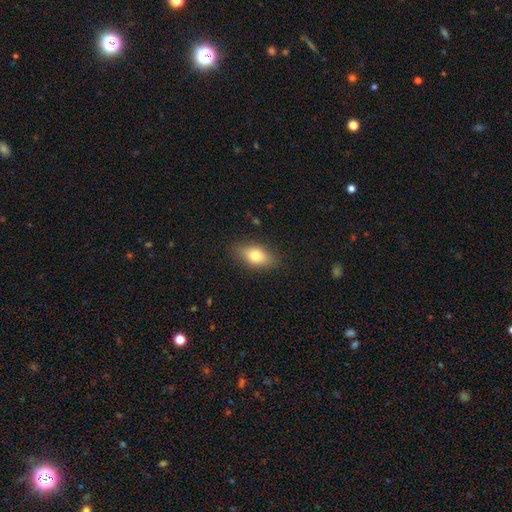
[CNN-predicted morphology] Smooth or featured? smooth (74%)
How rounded? in between (82%)
Merging? none (86%)